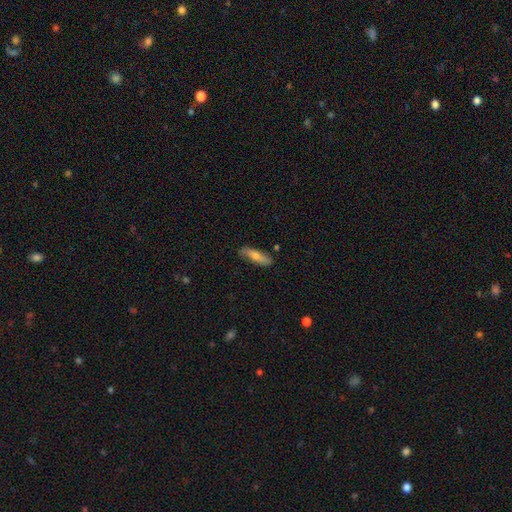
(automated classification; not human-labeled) smooth 61%, featured or disk 33%, star or artifact 6%. Down the decision tree: how rounded — cigar-shaped (68%); merging — none (81%).